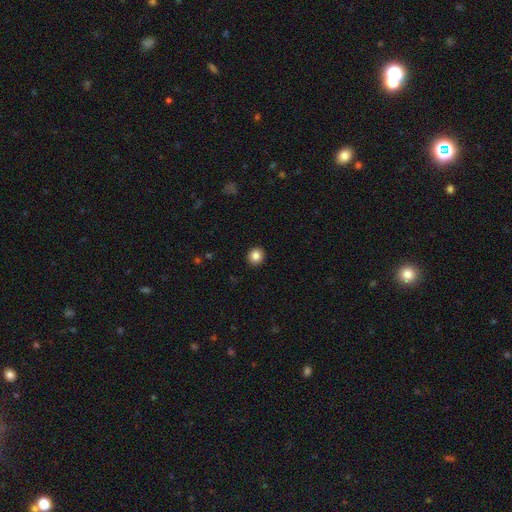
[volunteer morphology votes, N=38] A smooth galaxy with no disk features (92%) that is round (97%). Merging: none (86%).